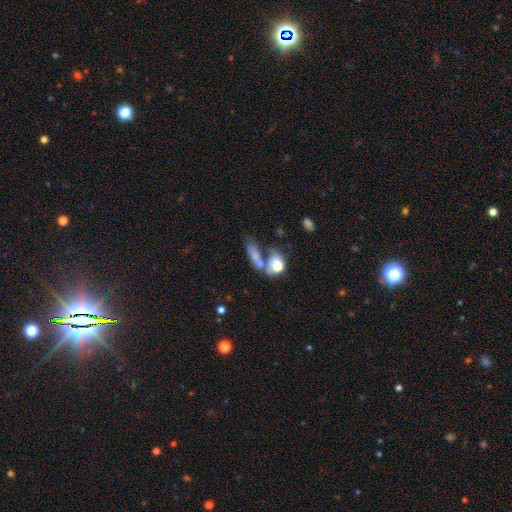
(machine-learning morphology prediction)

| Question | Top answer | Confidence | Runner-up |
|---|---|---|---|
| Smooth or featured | smooth | 55% | featured or disk (28%) |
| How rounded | in between | 56% | round (27%) |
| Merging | merger | 42% | none (35%) |